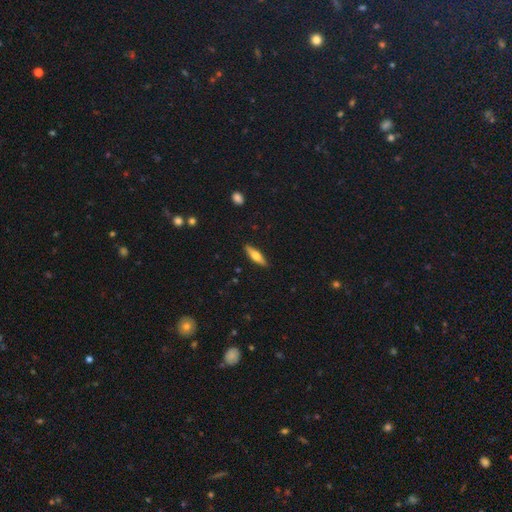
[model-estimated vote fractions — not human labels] smooth_or_featured: smooth (p=0.54) [alt: featured or disk p=0.41]
how_rounded: cigar-shaped (p=0.63) [alt: in between p=0.35]
merging: none (p=0.89) [alt: minor disturbance p=0.08]